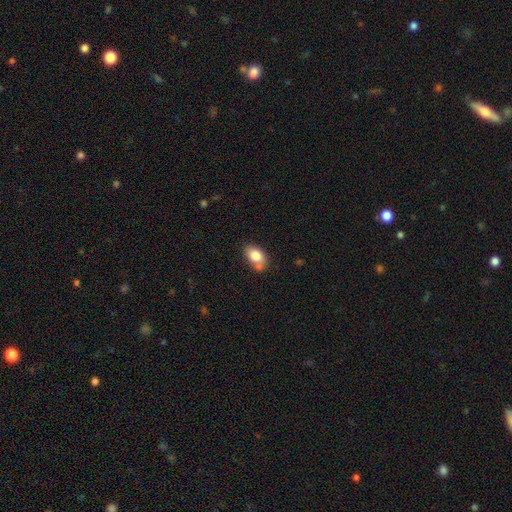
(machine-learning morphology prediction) Overall: smooth (80%). How rounded: in between (87%). Merging: none (58%; minor disturbance 23%).